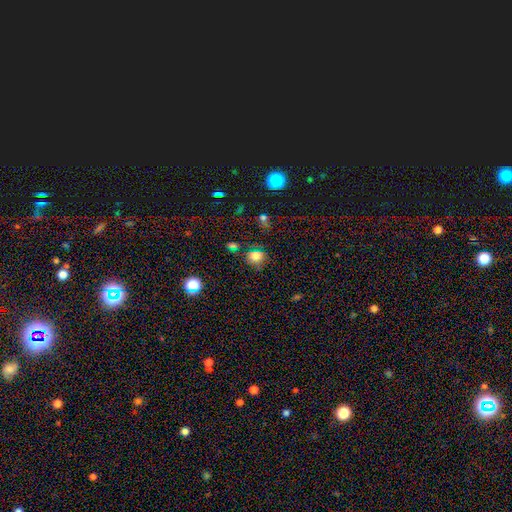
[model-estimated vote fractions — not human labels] Smooth or featured? Predicted: smooth (p=0.73). How rounded? Predicted: round (p=0.72). Merging? Predicted: none (p=0.69).